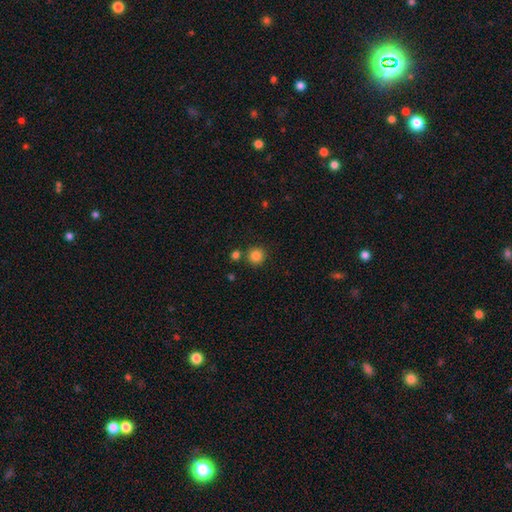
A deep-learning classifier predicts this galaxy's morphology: type=smooth (85%); roundness=round (94%); merging=none (81%).